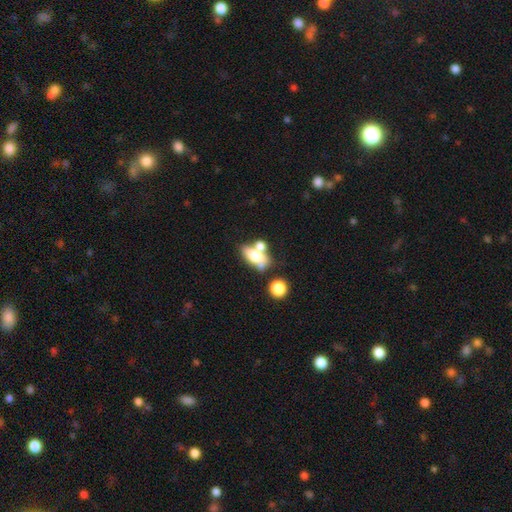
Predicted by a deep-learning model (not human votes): smooth 62%, featured or disk 28%, star or artifact 10%. Down the decision tree: how rounded — in between (78%); merging — merger (42%).